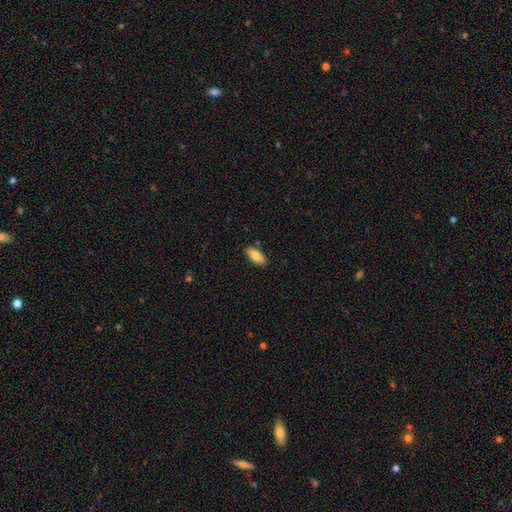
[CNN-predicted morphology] Smooth or featured?
  - smooth: 85% *
  - featured or disk: 9%
  - star or artifact: 6%
How rounded?
  - in between: 90% *
  - cigar-shaped: 8%
  - round: 2%
Merging?
  - none: 87% *
  - minor disturbance: 10%
  - major disturbance: 2%
  - merger: 2%